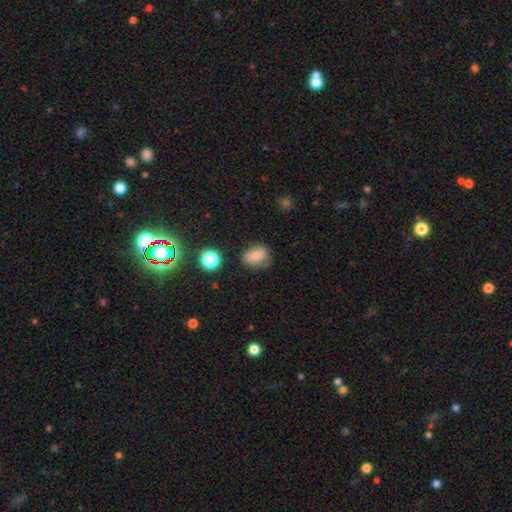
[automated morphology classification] smooth 69%, featured or disk 18%, star or artifact 13%. Down the decision tree: how rounded — in between (58%); merging — none (67%).